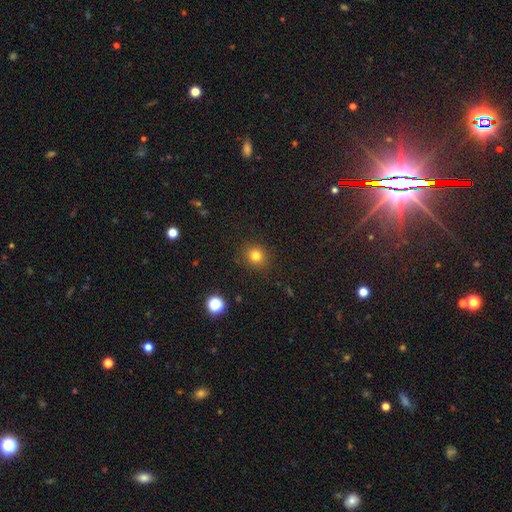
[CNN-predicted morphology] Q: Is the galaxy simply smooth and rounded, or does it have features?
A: smooth — 80%.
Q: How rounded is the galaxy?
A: round — 86%.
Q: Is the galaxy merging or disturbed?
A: none — 89%.